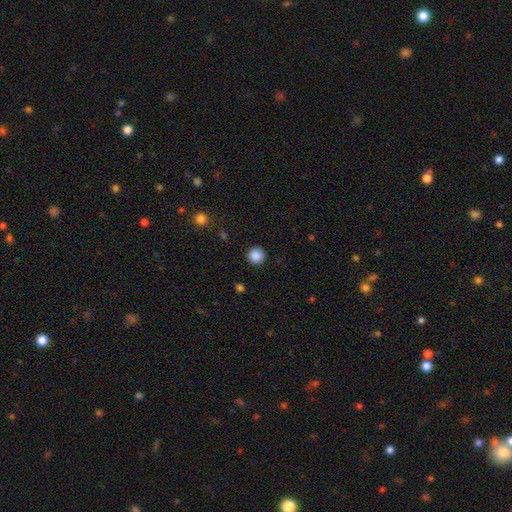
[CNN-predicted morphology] smooth-or-featured: smooth: 87% | star or artifact: 10% | featured or disk: 3%
  how-rounded: round: 95% | in between: 4% | cigar-shaped: 1%
  merging: none: 92% | minor disturbance: 5% | major disturbance: 2% | merger: 1%